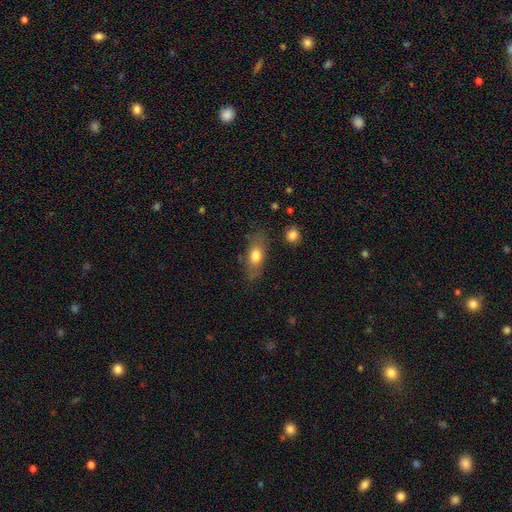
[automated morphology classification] Q: Smooth or featured?
A: smooth (71%); runner-up: featured or disk (22%)
Q: How rounded?
A: in between (75%); runner-up: cigar-shaped (18%)
Q: Merging?
A: none (74%); runner-up: minor disturbance (18%)